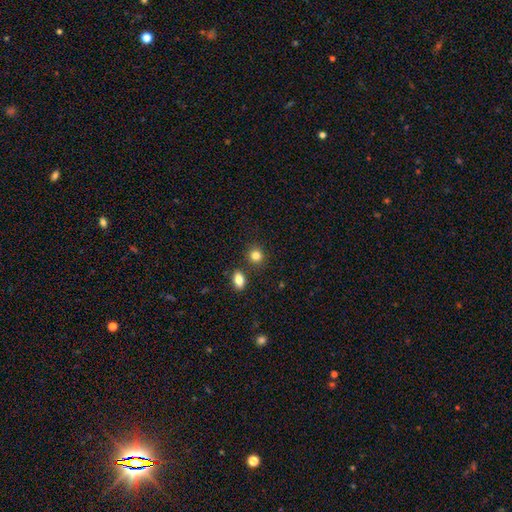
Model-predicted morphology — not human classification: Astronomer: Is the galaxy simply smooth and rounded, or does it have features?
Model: smooth — 84%.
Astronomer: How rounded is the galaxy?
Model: round — 80%.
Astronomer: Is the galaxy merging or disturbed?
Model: none — 81%.